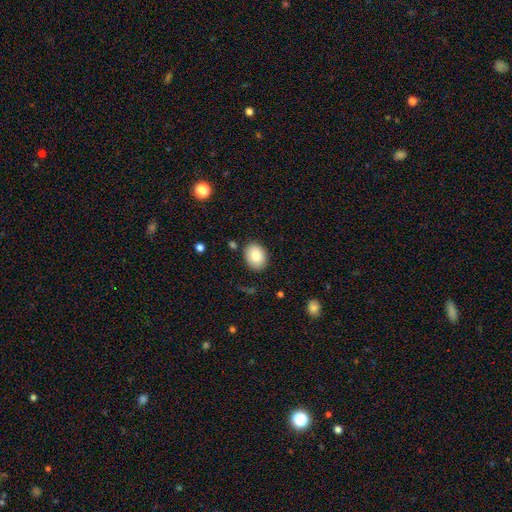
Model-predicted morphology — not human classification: A smooth galaxy with no disk features (84%) that is in between round and cigar-shaped (62%).

Vote fractions:
- Smooth or featured? smooth: 84% / featured or disk: 9% / star or artifact: 8%
- How rounded? in between: 62% / round: 37% / cigar-shaped: 1%
- Merging? none: 86% / minor disturbance: 9% / major disturbance: 2% / merger: 2%